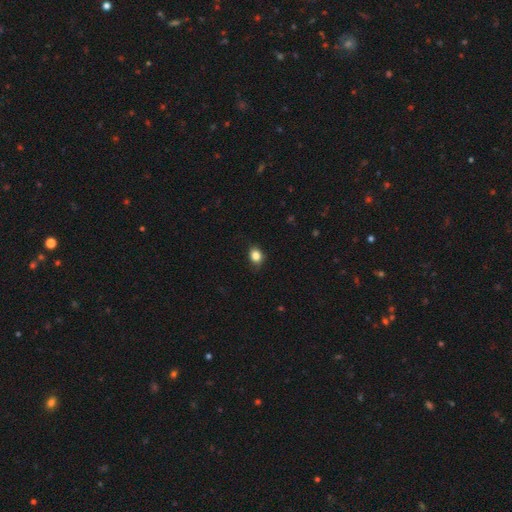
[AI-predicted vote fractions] This is clearly a smooth galaxy (85%). How rounded: possibly in between (52%). Merging: clearly none (81%).